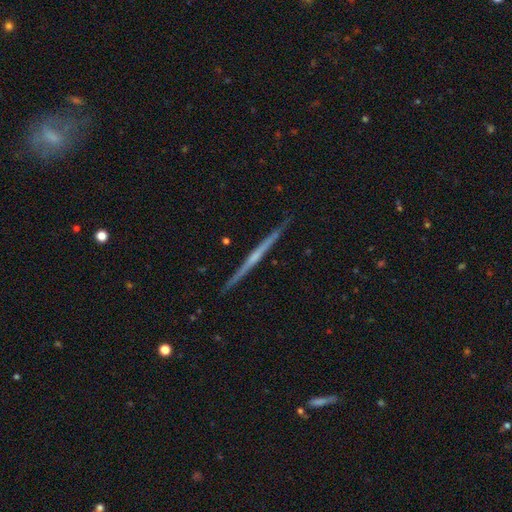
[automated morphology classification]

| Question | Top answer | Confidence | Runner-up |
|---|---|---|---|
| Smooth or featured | featured or disk | 74% | smooth (21%) |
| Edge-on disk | yes | 99% | no (1%) |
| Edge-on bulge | none | 62% | rounded (31%) |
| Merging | none | 92% | minor disturbance (6%) |